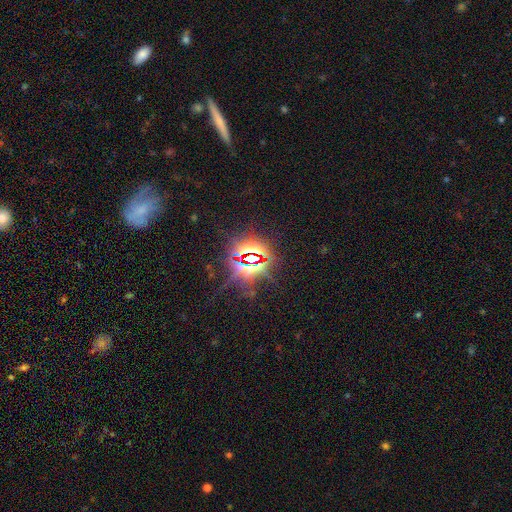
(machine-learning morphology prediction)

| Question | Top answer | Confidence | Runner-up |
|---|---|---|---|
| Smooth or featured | star or artifact | 80% | smooth (12%) |